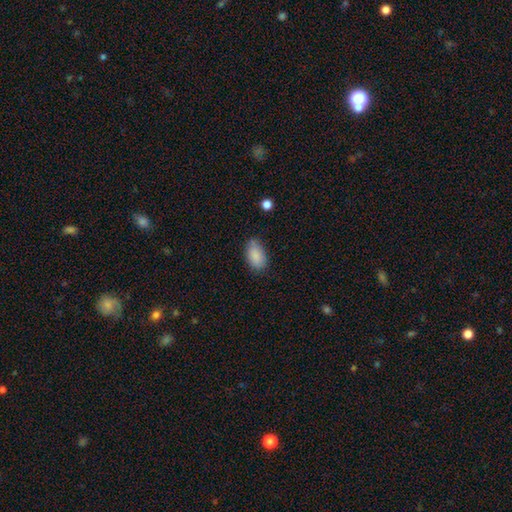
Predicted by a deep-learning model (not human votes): Smooth or featured?
  - smooth: 87% *
  - star or artifact: 7%
  - featured or disk: 5%
How rounded?
  - in between: 92% *
  - round: 5%
  - cigar-shaped: 2%
Merging?
  - none: 72% *
  - minor disturbance: 21%
  - major disturbance: 4%
  - merger: 3%